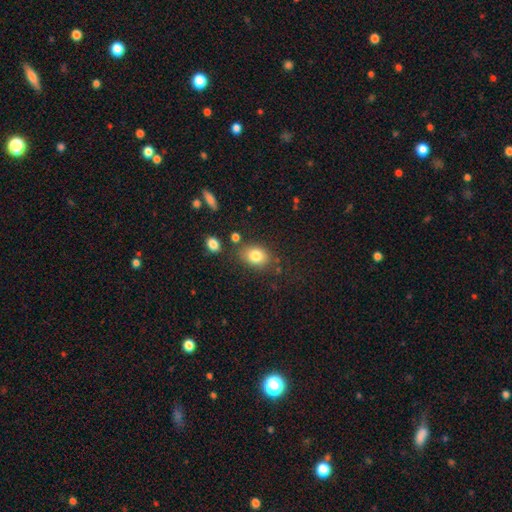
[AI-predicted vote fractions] Overall: smooth (77%). How rounded: in between (61%; round 37%). Merging: none (76%).